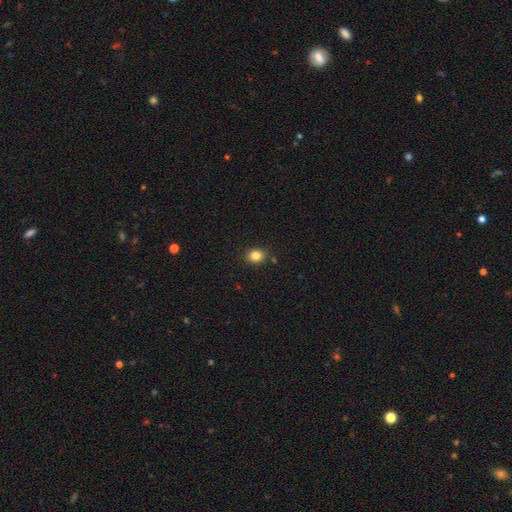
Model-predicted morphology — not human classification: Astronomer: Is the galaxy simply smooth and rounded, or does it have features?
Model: smooth — 84%.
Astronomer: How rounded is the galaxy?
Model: round — 58% (runner-up: in between, 41%).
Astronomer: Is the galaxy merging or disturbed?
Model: none — 86%.